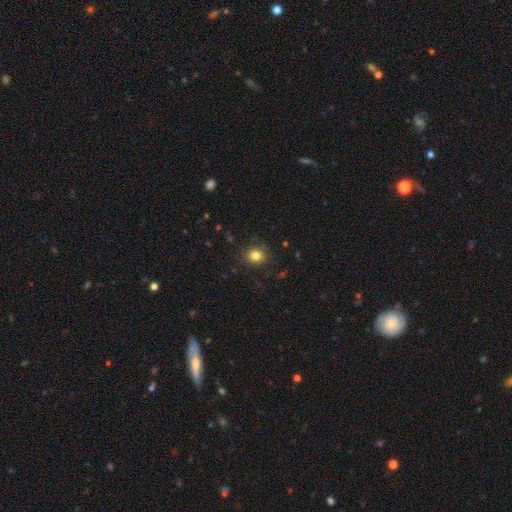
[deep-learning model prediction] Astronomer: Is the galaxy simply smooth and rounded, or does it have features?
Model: smooth — 82%.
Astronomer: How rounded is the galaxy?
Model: round — 84%.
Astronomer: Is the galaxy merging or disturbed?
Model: none — 87%.